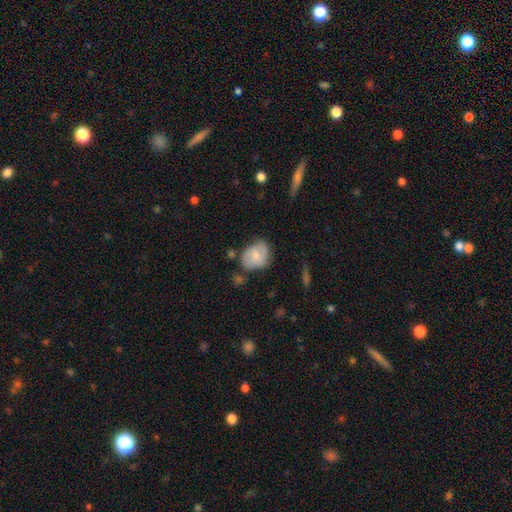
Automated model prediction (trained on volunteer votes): Smooth or featured?
  - smooth: 60% *
  - featured or disk: 33%
  - star or artifact: 7%
How rounded?
  - in between: 63% *
  - round: 36%
  - cigar-shaped: 1%
Merging?
  - none: 55% *
  - minor disturbance: 30%
  - major disturbance: 9%
  - merger: 6%